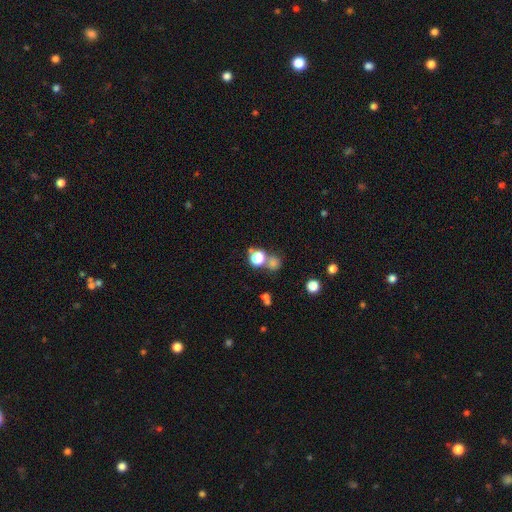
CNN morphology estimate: This appears to be a smooth galaxy with no disk features (46%). Merging: none (64%).